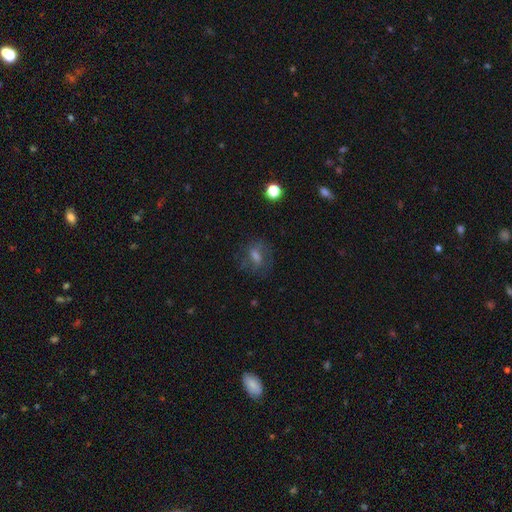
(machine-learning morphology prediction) This is possibly a smooth galaxy (46%). Merging: likely none (69%).